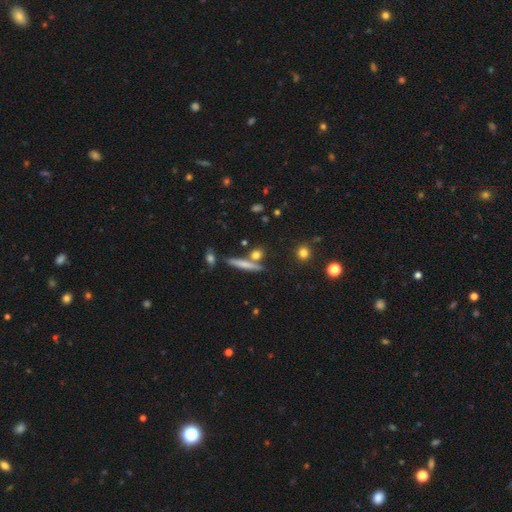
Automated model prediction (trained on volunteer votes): Morphology: type=smooth (66%); roundness=cigar-shaped (56%); merging=none (73%).